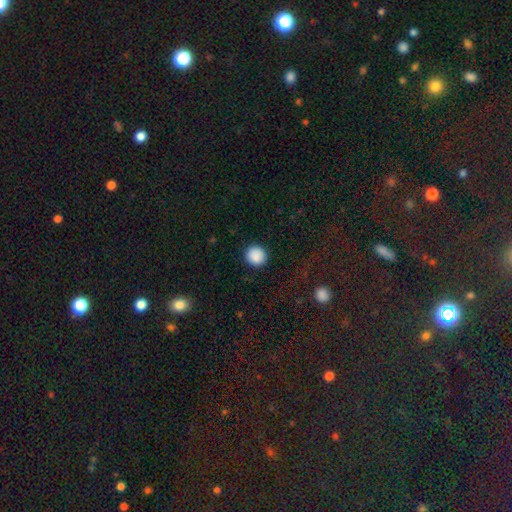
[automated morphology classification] A smooth galaxy with no disk features (89%) that is round (93%). Merging: none (91%).